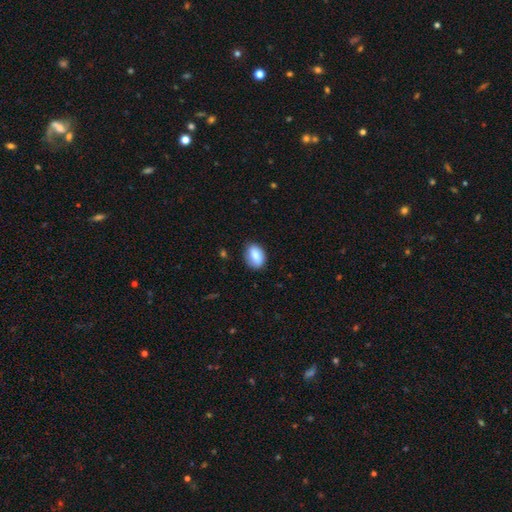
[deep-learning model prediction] This is clearly a smooth galaxy (81%). How rounded: clearly in between (82%). Merging: clearly none (81%).